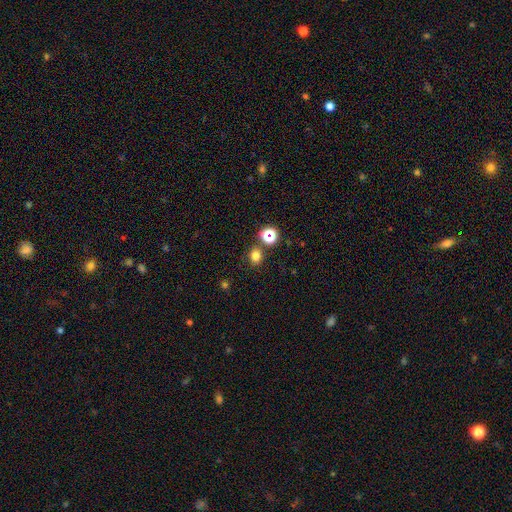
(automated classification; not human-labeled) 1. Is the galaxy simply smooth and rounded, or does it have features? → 75% smooth, 19% star or artifact, 6% featured or disk.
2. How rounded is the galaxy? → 71% round, 29% in between, 1% cigar-shaped.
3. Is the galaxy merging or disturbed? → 78% none, 9% merger, 9% minor disturbance, 3% major disturbance.